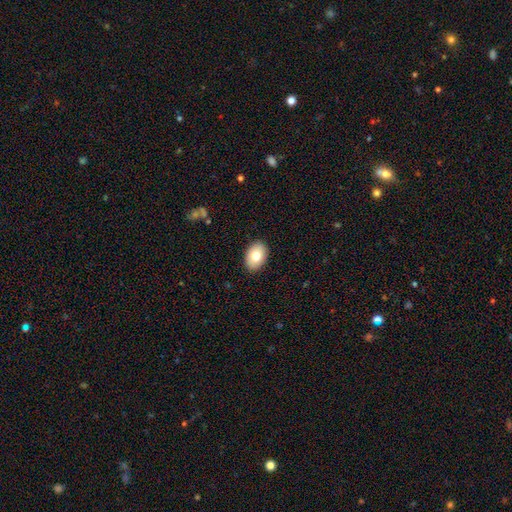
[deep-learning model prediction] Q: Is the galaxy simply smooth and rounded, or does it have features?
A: smooth — 77%.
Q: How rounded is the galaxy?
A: in between — 83%.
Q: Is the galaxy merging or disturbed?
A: none — 90%.